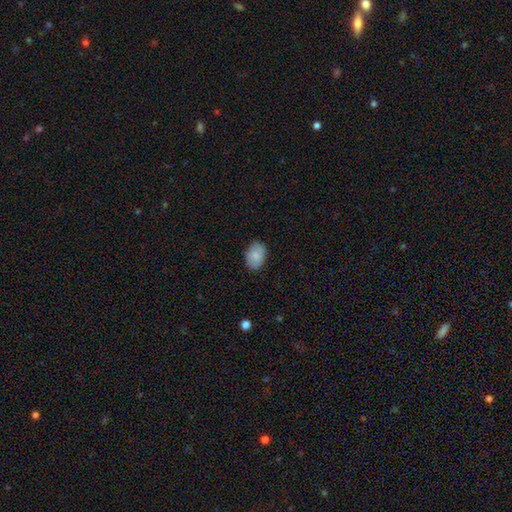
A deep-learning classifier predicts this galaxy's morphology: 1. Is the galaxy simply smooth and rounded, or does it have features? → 81% smooth, 12% featured or disk, 7% star or artifact.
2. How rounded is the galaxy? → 81% in between, 17% round, 1% cigar-shaped.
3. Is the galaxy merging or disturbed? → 85% none, 12% minor disturbance, 2% major disturbance, 1% merger.